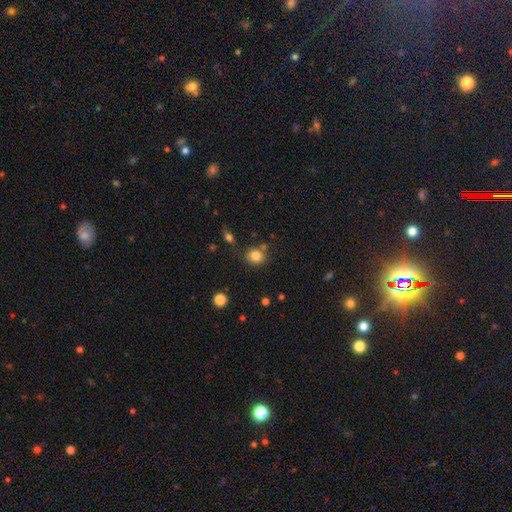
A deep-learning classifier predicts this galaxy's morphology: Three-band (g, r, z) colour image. It shows a smooth galaxy with no disk features (82%) that is round (76%). Merging: none (75%).